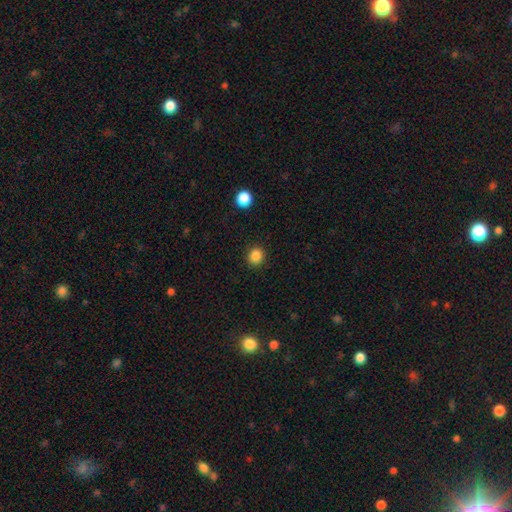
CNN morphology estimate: This is clearly a smooth galaxy (85%). How rounded: clearly round (84%). Merging: clearly none (91%).